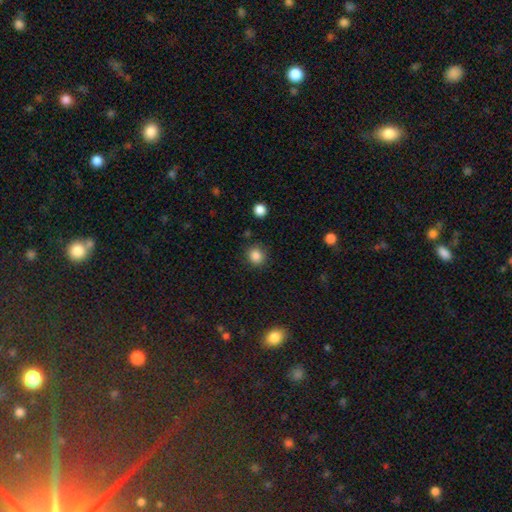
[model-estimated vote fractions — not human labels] smooth 85%, star or artifact 11%, featured or disk 4%. Down the decision tree: how rounded — round (85%); merging — none (88%).